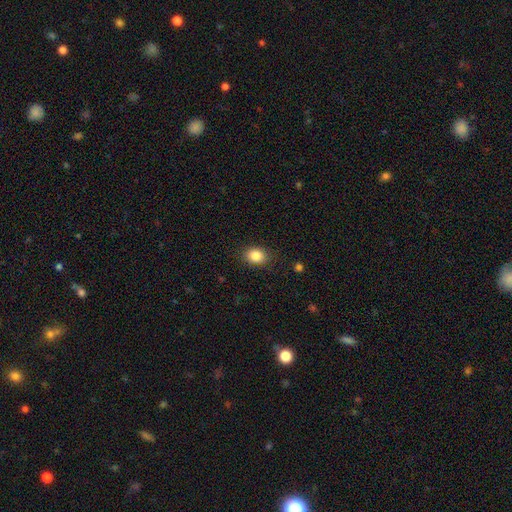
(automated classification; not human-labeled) Smooth or featured? Predicted: smooth (p=0.86). How rounded? Predicted: in between (p=0.53). Merging? Predicted: none (p=0.85).